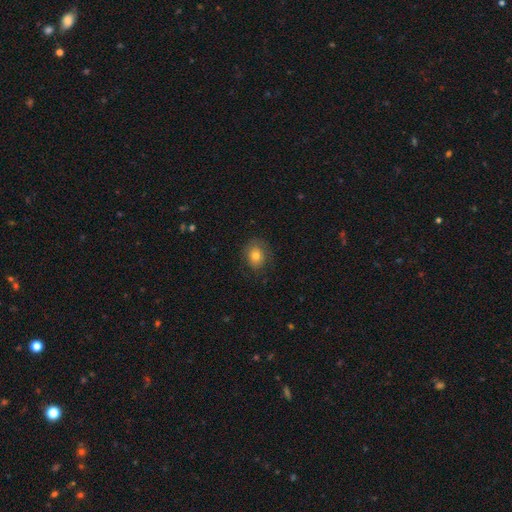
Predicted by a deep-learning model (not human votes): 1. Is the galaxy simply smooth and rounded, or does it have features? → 72% smooth, 19% featured or disk, 9% star or artifact.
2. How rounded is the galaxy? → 51% round, 48% in between, 1% cigar-shaped.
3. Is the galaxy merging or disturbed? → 74% none, 17% minor disturbance, 7% major disturbance, 1% merger.